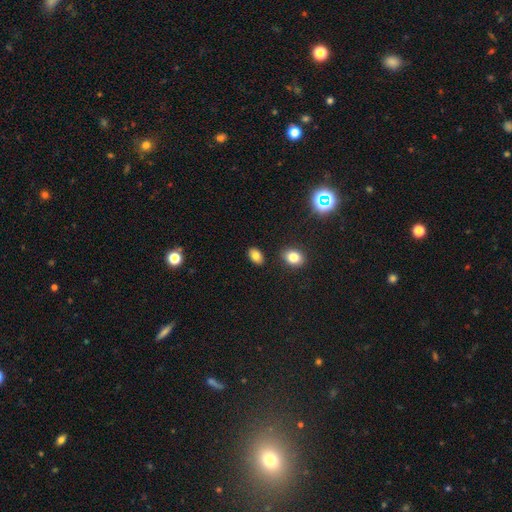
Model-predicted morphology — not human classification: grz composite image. It shows a smooth galaxy with no disk features (82%) that is in between round and cigar-shaped (86%). Merging: none (86%).